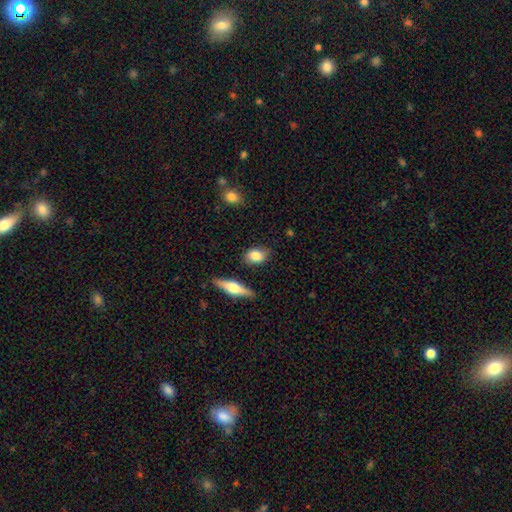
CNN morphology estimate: smooth_or_featured: smooth (p=0.80) [alt: featured or disk p=0.13]
how_rounded: in between (p=0.74) [alt: round p=0.21]
merging: none (p=0.79) [alt: minor disturbance p=0.15]